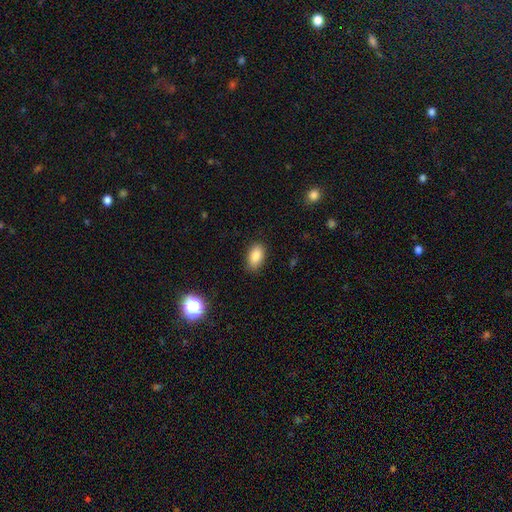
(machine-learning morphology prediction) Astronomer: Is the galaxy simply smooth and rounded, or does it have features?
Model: smooth — 86%.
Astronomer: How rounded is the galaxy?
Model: in between — 91%.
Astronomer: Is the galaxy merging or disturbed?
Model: none — 86%.